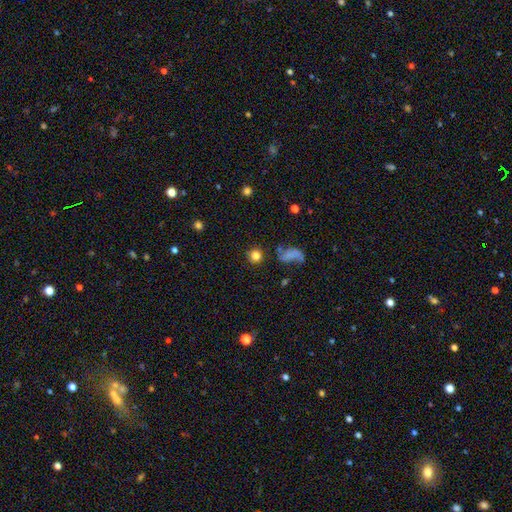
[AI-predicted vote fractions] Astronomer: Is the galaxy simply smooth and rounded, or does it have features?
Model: smooth — 79%.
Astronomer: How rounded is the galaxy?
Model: round — 90%.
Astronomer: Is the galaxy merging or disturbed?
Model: none — 80%.